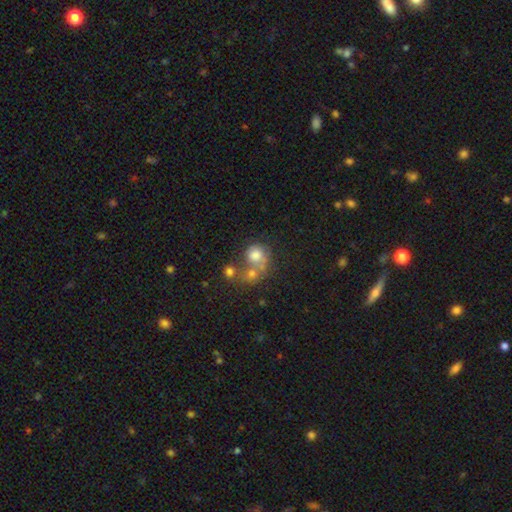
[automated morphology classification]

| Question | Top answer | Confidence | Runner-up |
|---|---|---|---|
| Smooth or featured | smooth | 69% | featured or disk (19%) |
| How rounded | round | 75% | in between (24%) |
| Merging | merger | 46% | none (33%) |